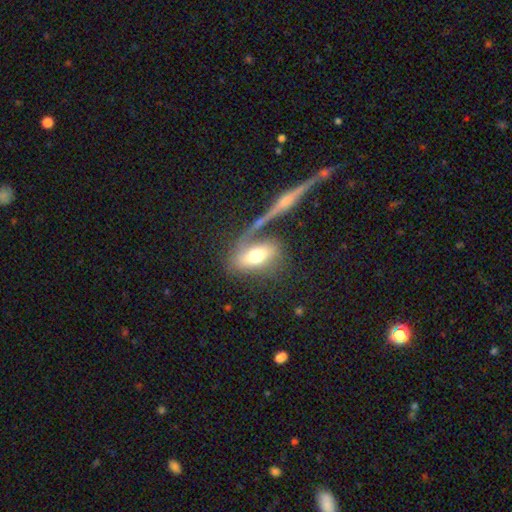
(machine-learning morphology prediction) A smooth galaxy with no disk features (57%) that is in between round and cigar-shaped (79%).

Vote fractions:
- Smooth or featured? smooth: 57% / featured or disk: 33% / star or artifact: 10%
- How rounded? in between: 79% / cigar-shaped: 11% / round: 10%
- Merging? none: 49% / merger: 28% / minor disturbance: 13% / major disturbance: 10%